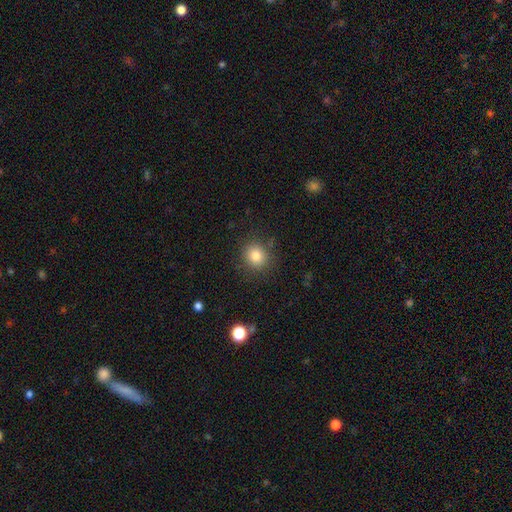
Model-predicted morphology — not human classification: smooth_or_featured: smooth (p=0.81) [alt: star or artifact p=0.12]
how_rounded: round (p=0.81) [alt: in between p=0.18]
merging: none (p=0.86) [alt: minor disturbance p=0.10]